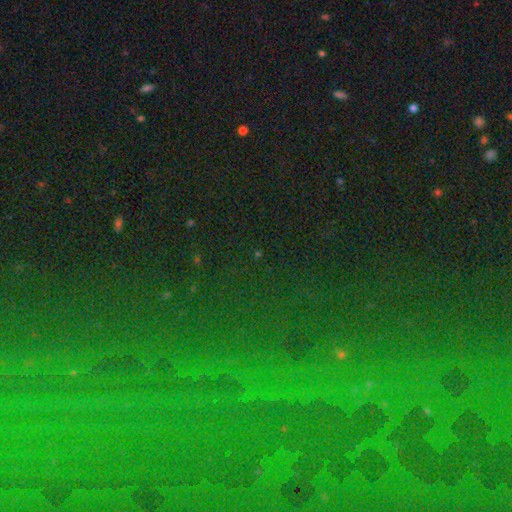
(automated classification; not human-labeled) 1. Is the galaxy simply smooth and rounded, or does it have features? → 81% star or artifact, 10% smooth, 9% featured or disk.